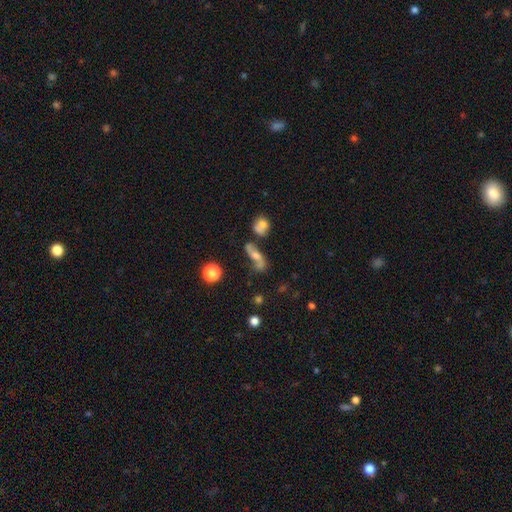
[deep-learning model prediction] Overall: featured or disk (53%; smooth 34%). Edge-on disk: no (83%). Merging: none (43%; merger 25%).